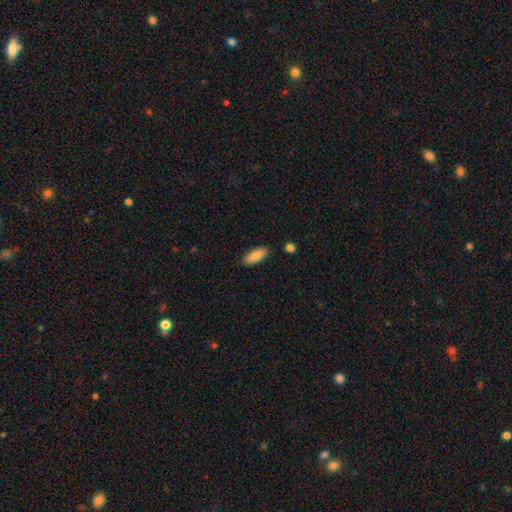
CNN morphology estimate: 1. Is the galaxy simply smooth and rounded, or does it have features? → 85% smooth, 9% featured or disk, 6% star or artifact.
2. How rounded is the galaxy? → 76% in between, 23% cigar-shaped, 2% round.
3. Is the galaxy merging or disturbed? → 87% none, 9% minor disturbance, 2% merger, 2% major disturbance.